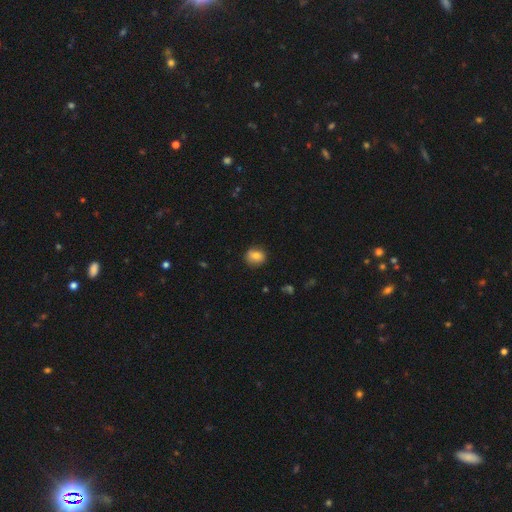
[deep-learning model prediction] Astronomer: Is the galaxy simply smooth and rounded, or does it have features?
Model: smooth — 77%.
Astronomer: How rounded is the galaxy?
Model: round — 66%.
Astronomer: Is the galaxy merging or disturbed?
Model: none — 84%.